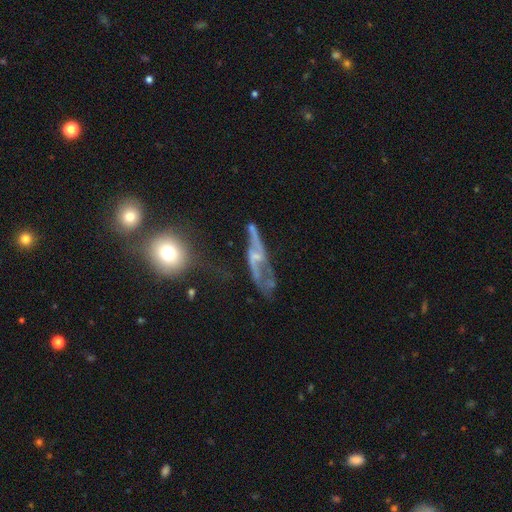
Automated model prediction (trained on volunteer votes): This is likely a featured or disk galaxy (70%). It is likely not viewed edge-on (70%). Merging: marginally major disturbance (35%).